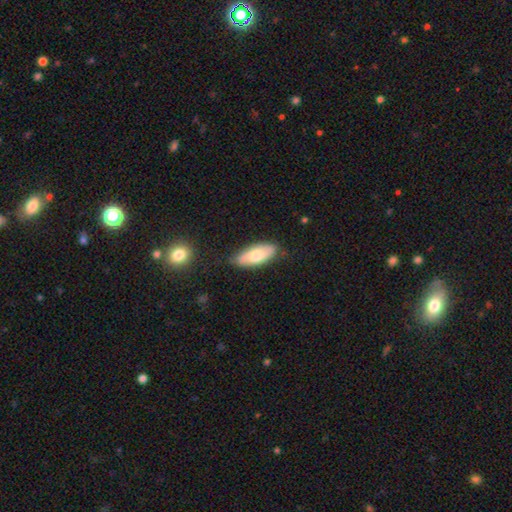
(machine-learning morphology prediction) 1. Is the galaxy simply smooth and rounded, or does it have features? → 67% smooth, 27% featured or disk, 6% star or artifact.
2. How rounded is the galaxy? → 77% in between, 21% cigar-shaped, 2% round.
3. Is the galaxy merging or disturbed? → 78% none, 17% minor disturbance, 3% major disturbance, 2% merger.